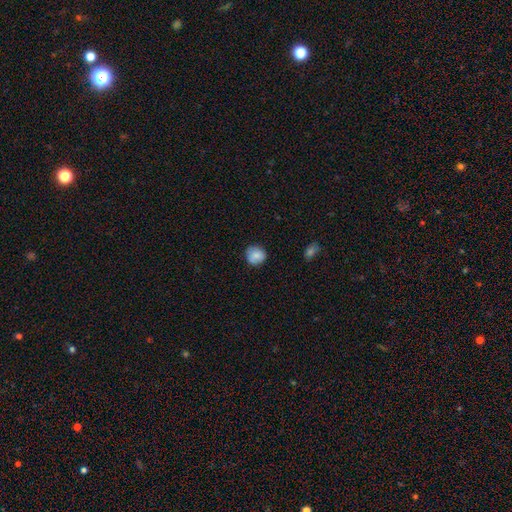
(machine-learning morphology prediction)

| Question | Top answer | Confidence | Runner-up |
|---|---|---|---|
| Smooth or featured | smooth | 83% | featured or disk (9%) |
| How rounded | round | 87% | in between (12%) |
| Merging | none | 79% | minor disturbance (16%) |